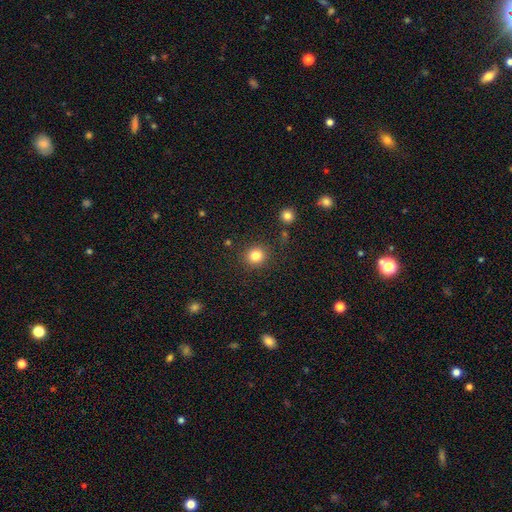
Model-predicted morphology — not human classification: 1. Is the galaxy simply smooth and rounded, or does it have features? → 83% smooth, 12% star or artifact, 5% featured or disk.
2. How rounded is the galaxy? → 89% round, 10% in between, 1% cigar-shaped.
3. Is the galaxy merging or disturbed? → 88% none, 7% minor disturbance, 3% major disturbance, 2% merger.